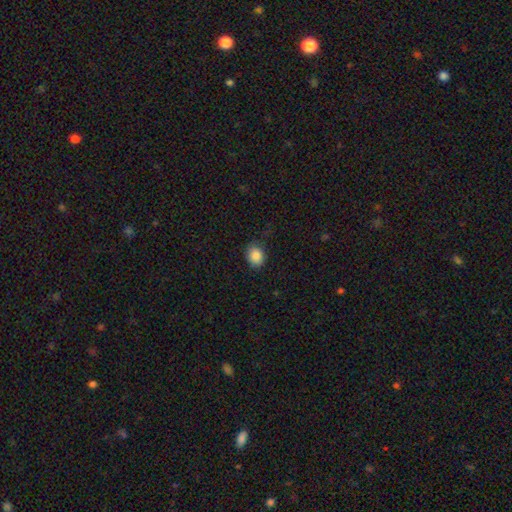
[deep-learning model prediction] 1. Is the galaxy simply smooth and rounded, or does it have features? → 87% smooth, 9% star or artifact, 5% featured or disk.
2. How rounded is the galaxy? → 51% in between, 48% round, 1% cigar-shaped.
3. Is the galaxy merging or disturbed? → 80% none, 16% minor disturbance, 4% major disturbance, 1% merger.